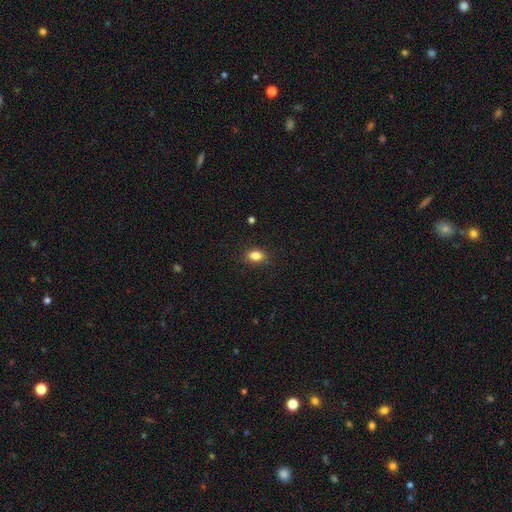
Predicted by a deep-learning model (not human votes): This appears to be a smooth galaxy with no disk features (84%) that is in between round and cigar-shaped (80%). Merging: none (84%).